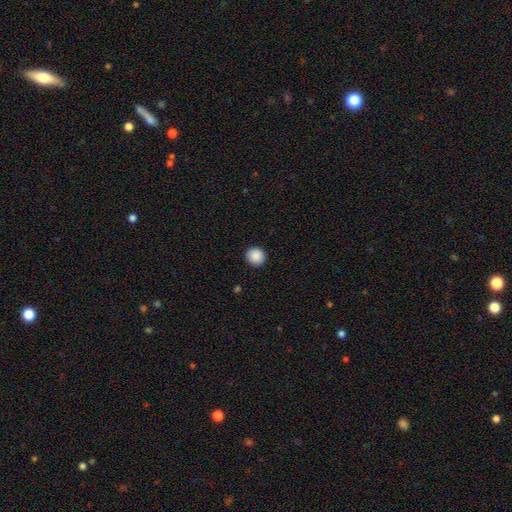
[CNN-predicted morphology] The model was most divided on "smooth or featured": smooth: 89%, star or artifact: 9%, featured or disk: 2%. More confident: how rounded — round (92%); merging — none (92%).